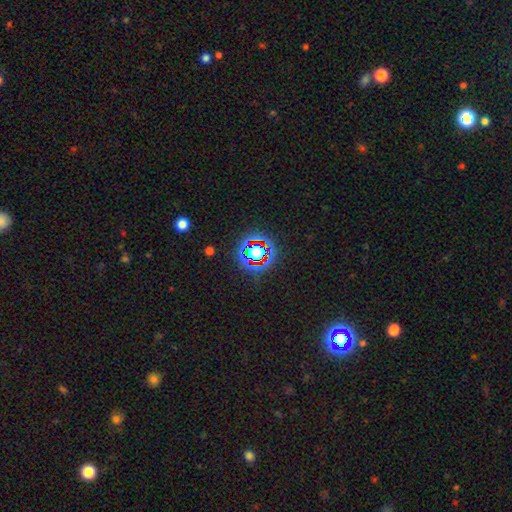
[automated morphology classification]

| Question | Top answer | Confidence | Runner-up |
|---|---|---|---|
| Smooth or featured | star or artifact | 67% | smooth (21%) |